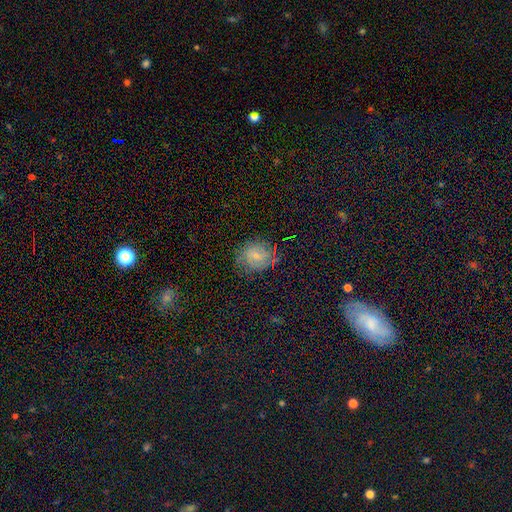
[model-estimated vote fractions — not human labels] smooth 51%, featured or disk 31%, star or artifact 17%. Down the decision tree: how rounded — round (63%); merging — none (75%).